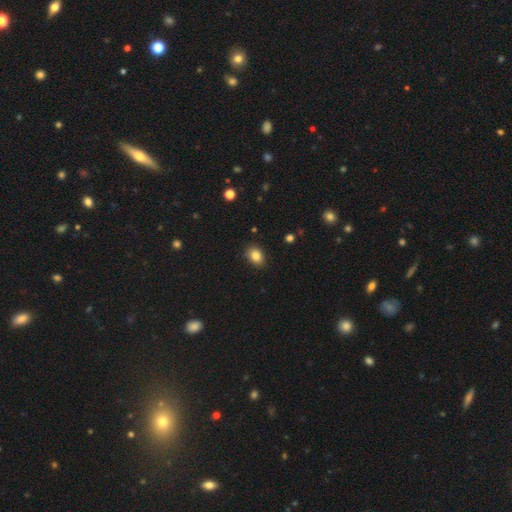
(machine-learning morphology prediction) A smooth galaxy with no disk features (84%) that is in between round and cigar-shaped (66%).

Vote fractions:
- Smooth or featured? smooth: 84% / star or artifact: 10% / featured or disk: 6%
- How rounded? in between: 66% / round: 33% / cigar-shaped: 1%
- Merging? none: 85% / minor disturbance: 11% / major disturbance: 2% / merger: 1%